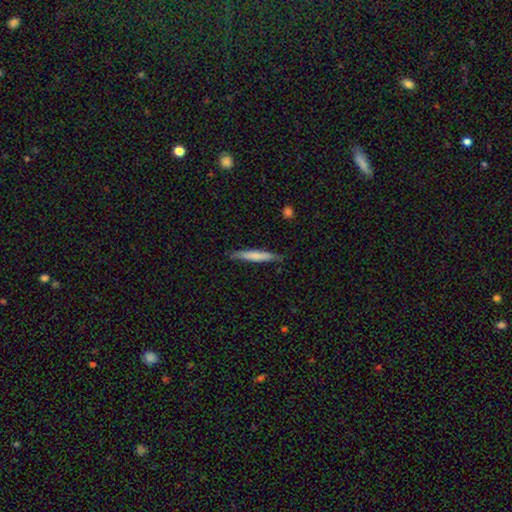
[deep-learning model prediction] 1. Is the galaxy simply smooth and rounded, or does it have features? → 70% smooth, 25% featured or disk, 5% star or artifact.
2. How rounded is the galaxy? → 94% cigar-shaped, 5% in between, 1% round.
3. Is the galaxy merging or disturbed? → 84% none, 13% minor disturbance, 2% major disturbance, 1% merger.